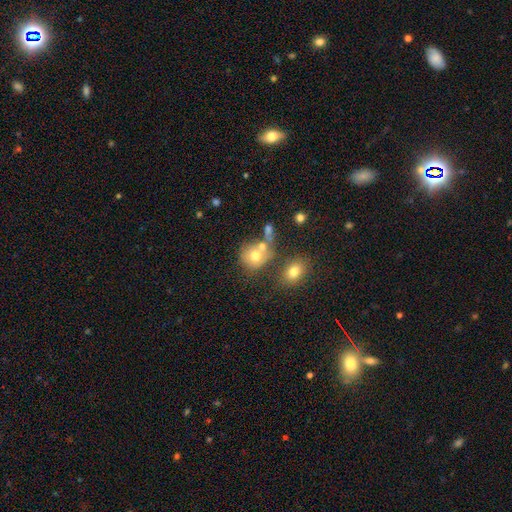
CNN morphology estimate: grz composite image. It shows a smooth galaxy with no disk features (70%) that is round (73%). Merging: none (42%).